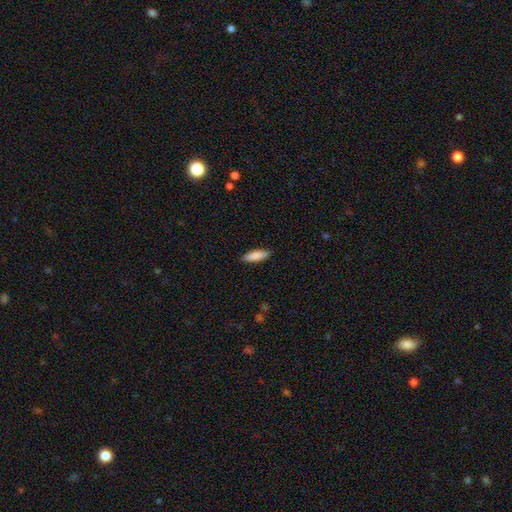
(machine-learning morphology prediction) smooth-or-featured: smooth: 86% | featured or disk: 8% | star or artifact: 6%
  how-rounded: cigar-shaped: 55% | in between: 44% | round: 2%
  merging: none: 89% | minor disturbance: 8% | major disturbance: 2% | merger: 1%